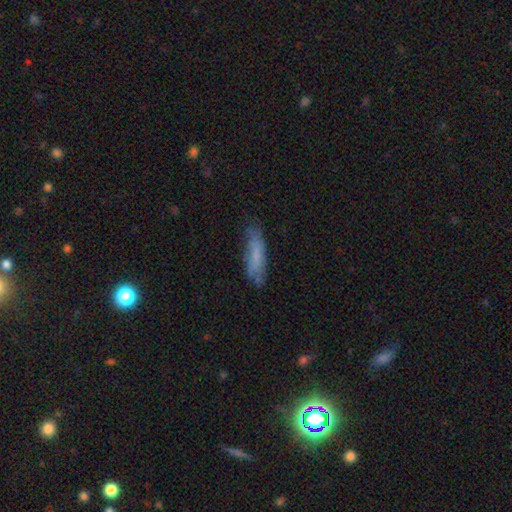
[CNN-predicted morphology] Smooth or featured?
  - smooth: 68% *
  - featured or disk: 24%
  - star or artifact: 8%
How rounded?
  - cigar-shaped: 64% *
  - in between: 34%
  - round: 2%
Merging?
  - none: 60% *
  - minor disturbance: 28%
  - major disturbance: 10%
  - merger: 3%